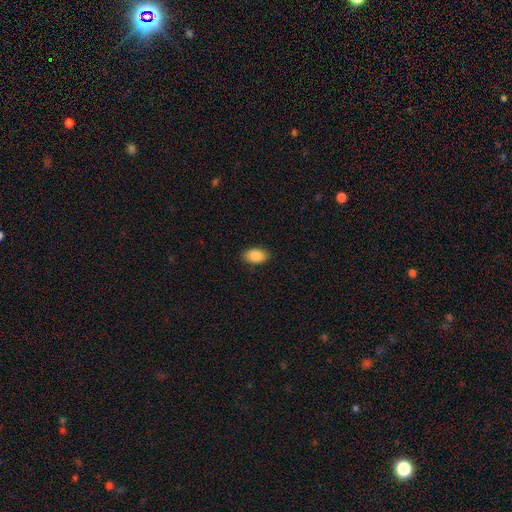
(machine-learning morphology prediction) smooth_or_featured: smooth (p=0.88) [alt: star or artifact p=0.07]
how_rounded: in between (p=0.93) [alt: round p=0.06]
merging: none (p=0.88) [alt: minor disturbance p=0.09]